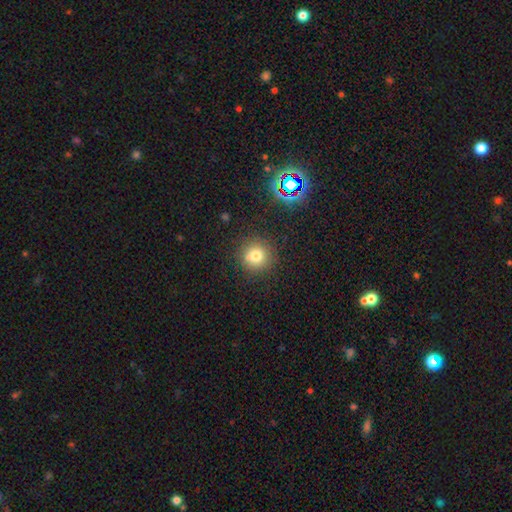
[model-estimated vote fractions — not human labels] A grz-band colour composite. It shows a smooth galaxy with no disk features (73%) that is round (93%). Merging: none (78%).